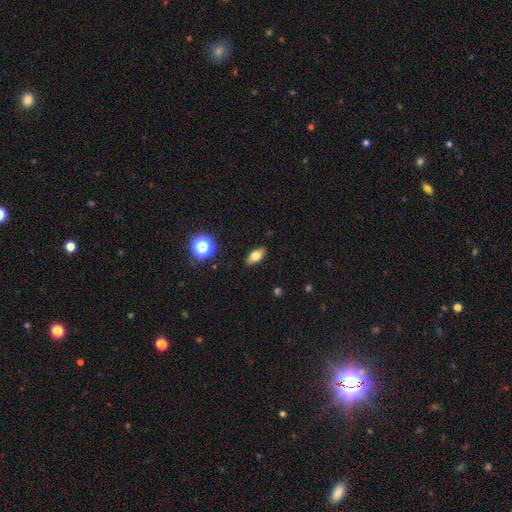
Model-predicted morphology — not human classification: Q: Smooth or featured?
A: smooth (70%); runner-up: featured or disk (19%)
Q: How rounded?
A: in between (82%); runner-up: cigar-shaped (10%)
Q: Merging?
A: none (89%); runner-up: minor disturbance (8%)